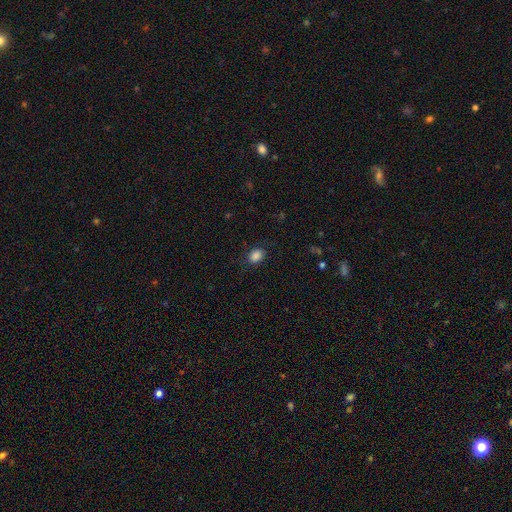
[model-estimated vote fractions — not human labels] Smooth or featured: smooth — 86% (star or artifact — 10%)
How rounded: in between — 67% (round — 32%)
Merging: none — 83% (minor disturbance — 12%)